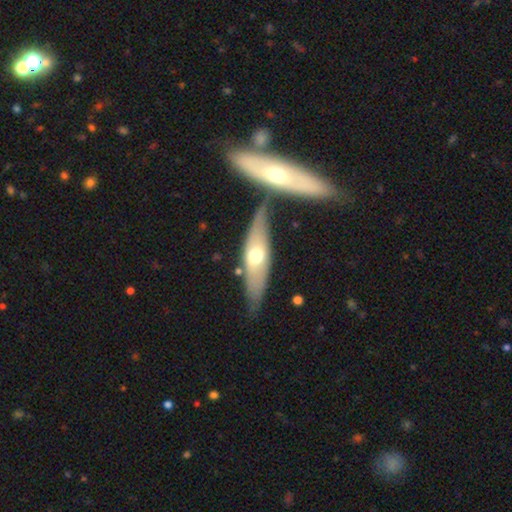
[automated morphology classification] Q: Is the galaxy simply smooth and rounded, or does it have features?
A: smooth — 48%.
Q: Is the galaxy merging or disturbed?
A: none — 65%.